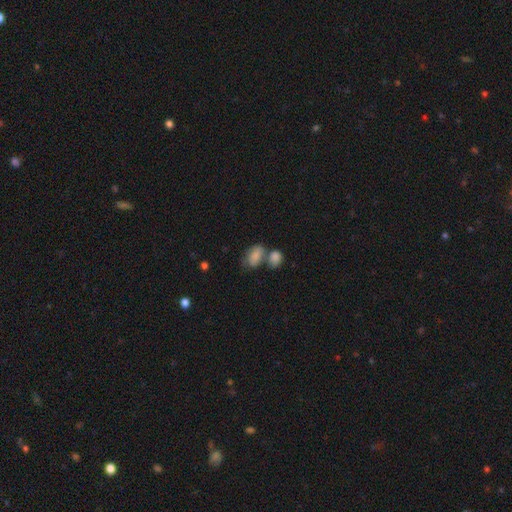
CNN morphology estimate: Smooth or featured? Predicted: smooth (p=0.71). How rounded? Predicted: in between (p=0.84). Merging? Predicted: merger (p=0.42).